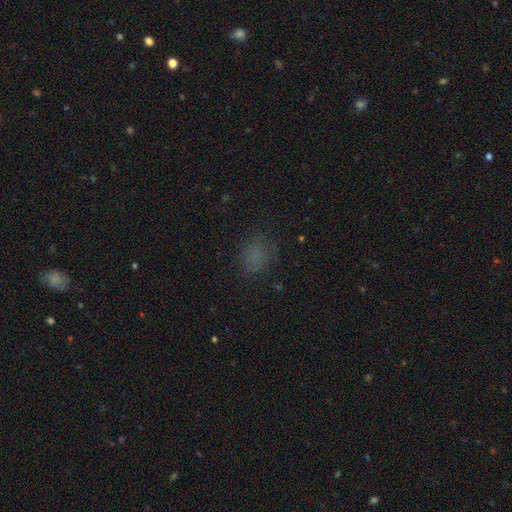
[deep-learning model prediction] Overall: smooth (73%). How rounded: in between (51%; round 48%). Merging: none (77%).